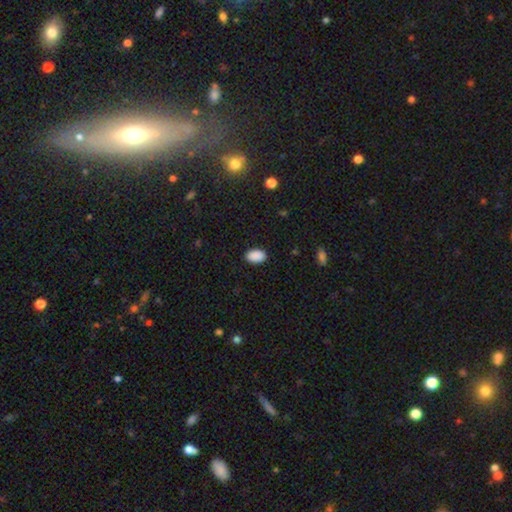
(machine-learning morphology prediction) Smooth or featured? smooth (90%)
How rounded? in between (92%)
Merging? none (89%)